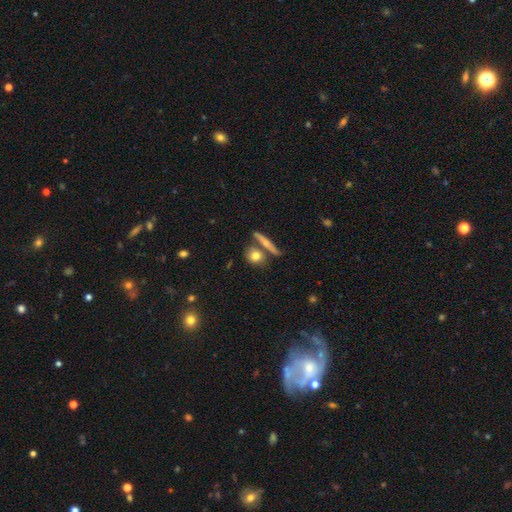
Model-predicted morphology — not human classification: Q: Smooth or featured?
A: smooth (73%); runner-up: featured or disk (18%)
Q: How rounded?
A: round (59%); runner-up: in between (29%)
Q: Merging?
A: none (64%); runner-up: merger (22%)